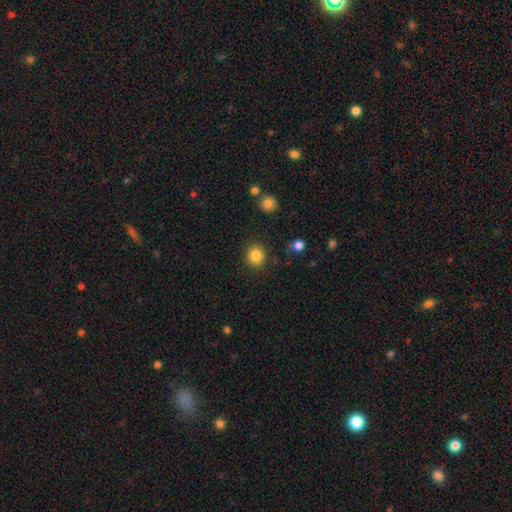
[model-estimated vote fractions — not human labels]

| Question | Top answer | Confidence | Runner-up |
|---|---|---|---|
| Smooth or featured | smooth | 85% | star or artifact (10%) |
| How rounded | round | 89% | in between (10%) |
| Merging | none | 89% | minor disturbance (7%) |